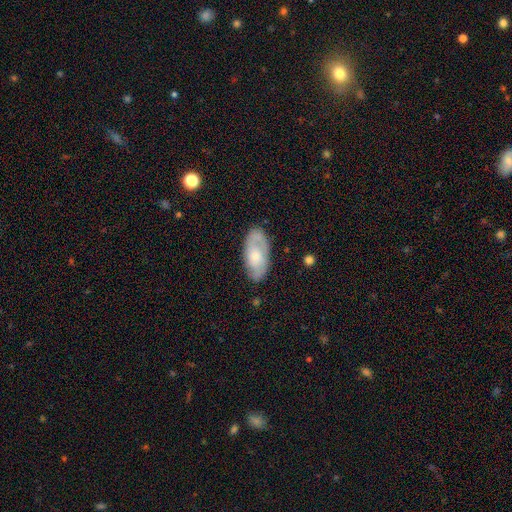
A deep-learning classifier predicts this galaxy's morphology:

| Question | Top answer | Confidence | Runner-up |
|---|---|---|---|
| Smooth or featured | featured or disk | 50% | smooth (44%) |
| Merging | none | 78% | minor disturbance (17%) |